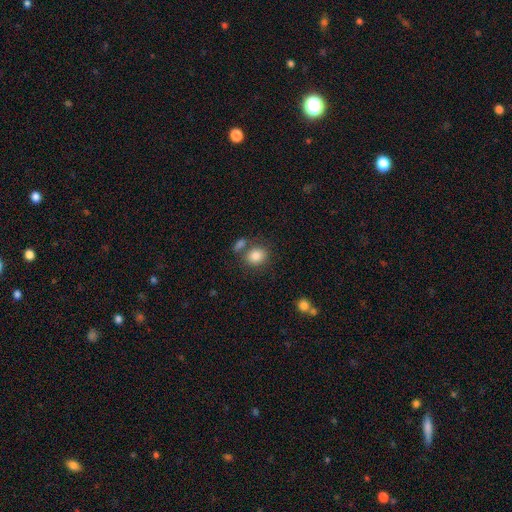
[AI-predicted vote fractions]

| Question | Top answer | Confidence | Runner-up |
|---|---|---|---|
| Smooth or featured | smooth | 84% | star or artifact (9%) |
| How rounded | round | 65% | in between (34%) |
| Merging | none | 65% | merger (18%) |